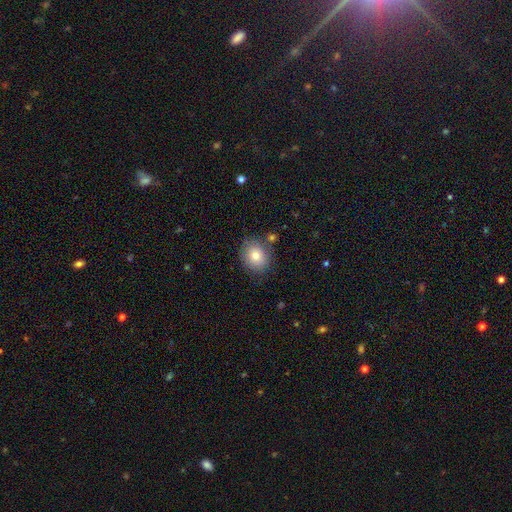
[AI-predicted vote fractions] The model was most divided on "how rounded": round: 62%, in between: 37%, cigar-shaped: 1%. More confident: merging — none (79%); smooth or featured — smooth (79%).